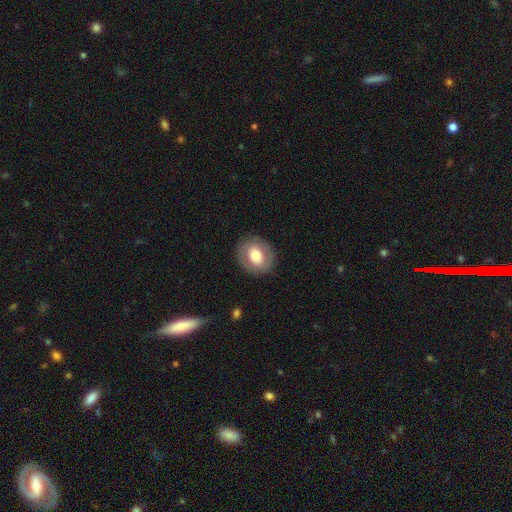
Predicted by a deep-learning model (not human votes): smooth_or_featured: smooth (p=0.68) [alt: featured or disk p=0.24]
how_rounded: round (p=0.60) [alt: in between p=0.39]
merging: none (p=0.86) [alt: minor disturbance p=0.09]